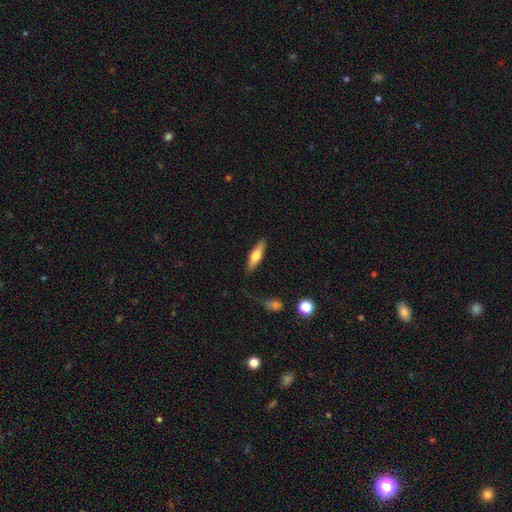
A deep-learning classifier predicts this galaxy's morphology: Smooth or featured?
  - smooth: 57% *
  - featured or disk: 37%
  - star or artifact: 6%
How rounded?
  - cigar-shaped: 67% *
  - in between: 31%
  - round: 2%
Merging?
  - none: 81% *
  - minor disturbance: 13%
  - major disturbance: 4%
  - merger: 3%